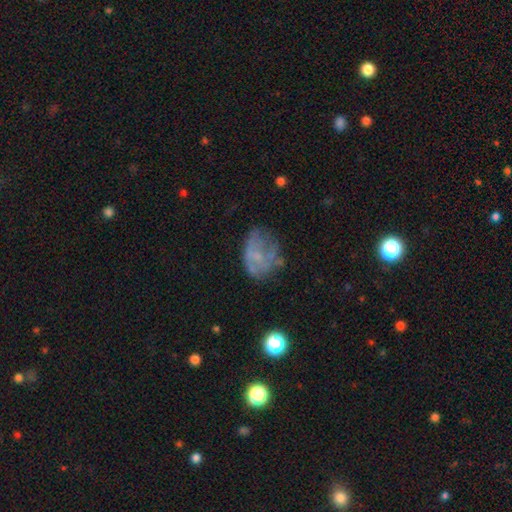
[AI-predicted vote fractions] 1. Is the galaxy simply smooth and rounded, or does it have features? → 46% featured or disk, 40% smooth, 14% star or artifact.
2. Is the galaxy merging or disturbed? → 45% none, 27% minor disturbance, 24% major disturbance, 4% merger.